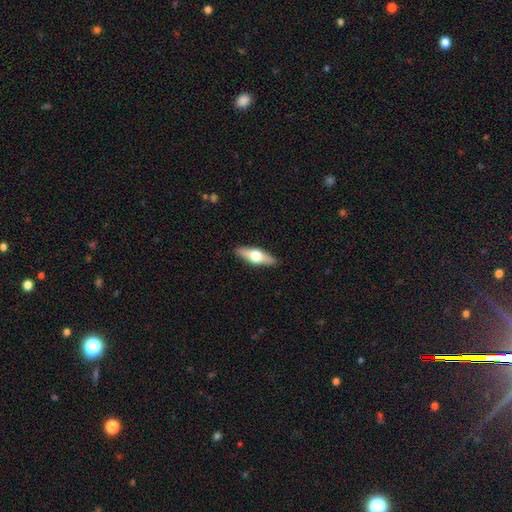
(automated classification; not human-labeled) featured or disk 48%, smooth 46%, star or artifact 6%. Down the decision tree: merging — none (90%).